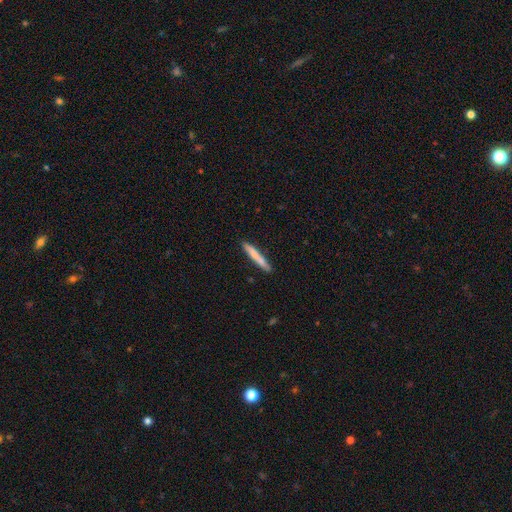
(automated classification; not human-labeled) Morphology: type=smooth (72%); roundness=cigar-shaped (96%); merging=none (87%).